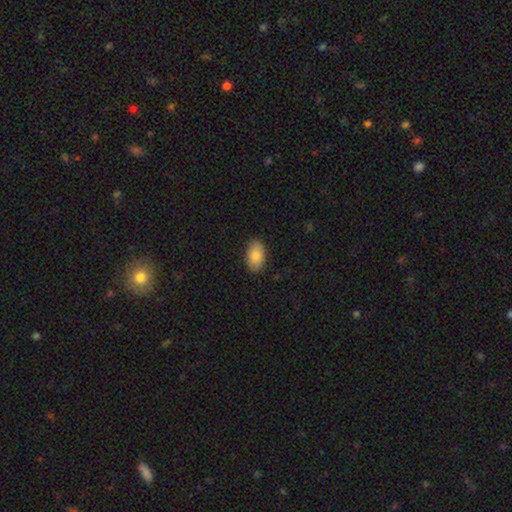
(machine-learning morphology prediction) The model was most divided on "merging": none: 88%, minor disturbance: 9%, major disturbance: 2%, merger: 1%. More confident: how rounded — in between (93%); smooth or featured — smooth (87%).